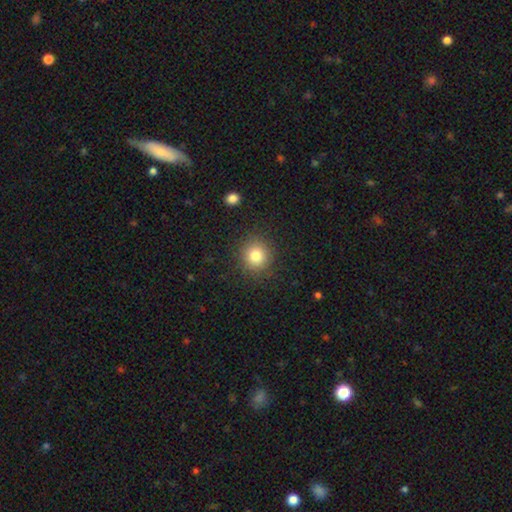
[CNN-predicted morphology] This appears to be a smooth galaxy with no disk features (81%) that is round (90%). Merging: none (88%).